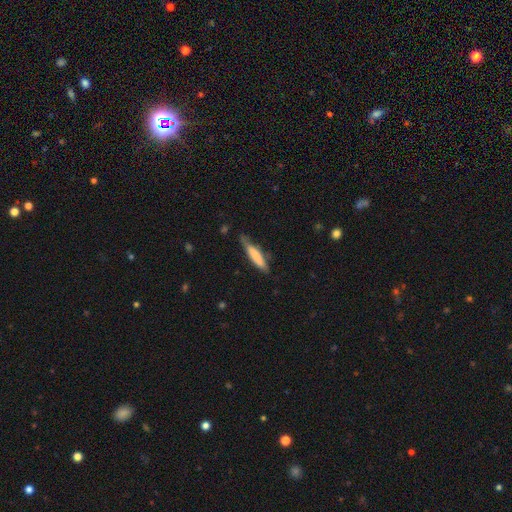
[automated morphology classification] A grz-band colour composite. It shows a smooth galaxy with no disk features (72%) that is cigar-shaped (83%). Merging: none (64%).